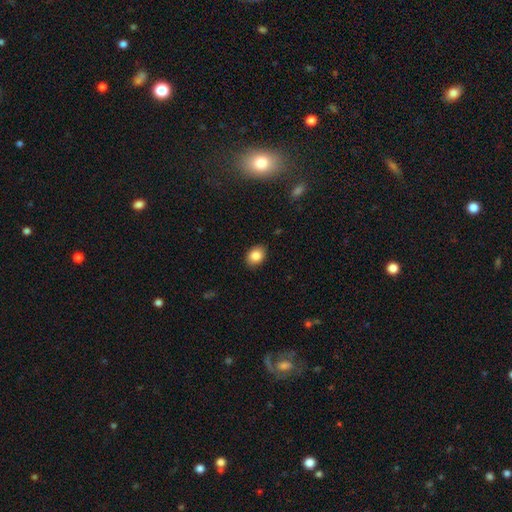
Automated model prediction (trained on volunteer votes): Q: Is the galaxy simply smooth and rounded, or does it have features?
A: smooth — 85%.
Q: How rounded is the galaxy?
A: in between — 67%.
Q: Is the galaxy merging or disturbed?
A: none — 88%.